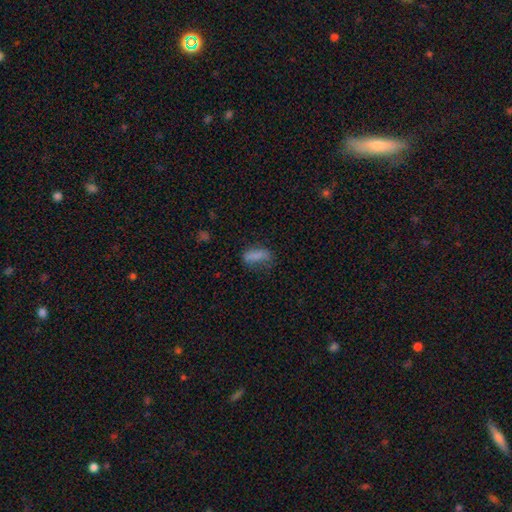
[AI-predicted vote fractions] A smooth galaxy with no disk features (76%) that is in between round and cigar-shaped (70%).

Vote fractions:
- Smooth or featured? smooth: 76% / star or artifact: 12% / featured or disk: 12%
- How rounded? in between: 70% / cigar-shaped: 26% / round: 4%
- Merging? none: 52% / minor disturbance: 27% / major disturbance: 18% / merger: 3%